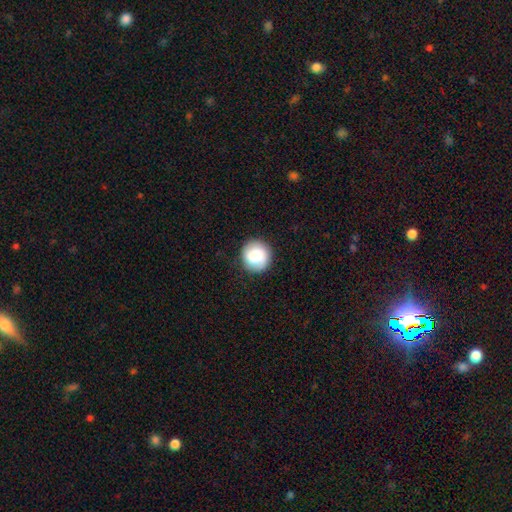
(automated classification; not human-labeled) Smooth or featured: smooth — 84% (featured or disk — 8%)
How rounded: round — 93% (in between — 6%)
Merging: none — 88% (minor disturbance — 8%)